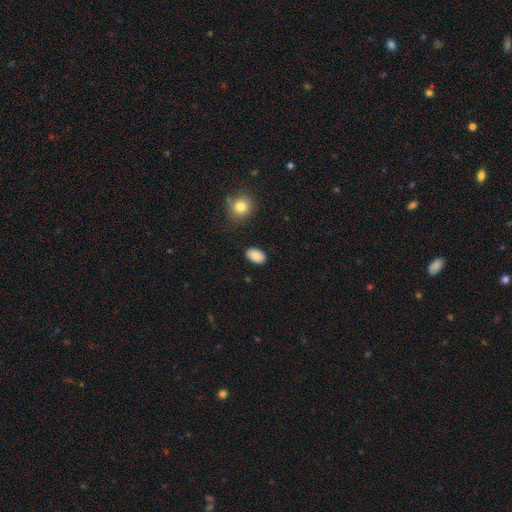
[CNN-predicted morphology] smooth-or-featured: smooth: 88% | star or artifact: 8% | featured or disk: 4%
  how-rounded: in between: 90% | round: 8% | cigar-shaped: 1%
  merging: none: 87% | minor disturbance: 9% | major disturbance: 2% | merger: 2%